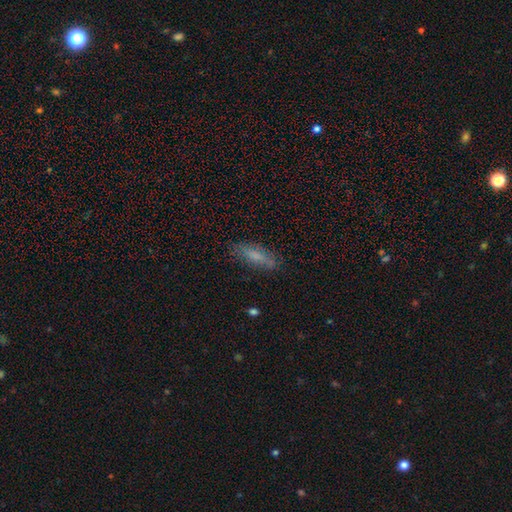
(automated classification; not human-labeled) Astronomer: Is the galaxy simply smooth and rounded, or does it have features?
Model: smooth — 67%.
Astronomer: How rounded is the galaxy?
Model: cigar-shaped — 53% (runner-up: in between, 45%).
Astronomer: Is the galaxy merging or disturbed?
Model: none — 77%.